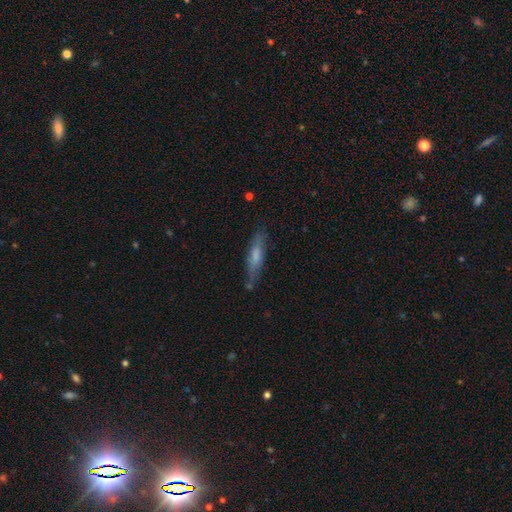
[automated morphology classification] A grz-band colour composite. It shows a smooth galaxy with no disk features (58%) that is cigar-shaped (79%). Merging: none (76%).